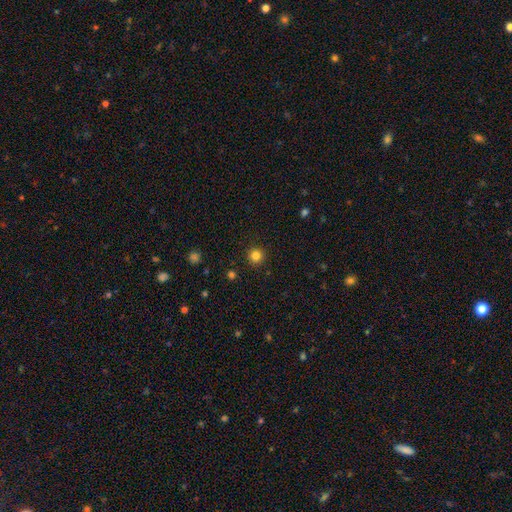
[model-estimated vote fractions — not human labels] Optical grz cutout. It shows a smooth galaxy with no disk features (83%) that is round (95%). Merging: none (92%).